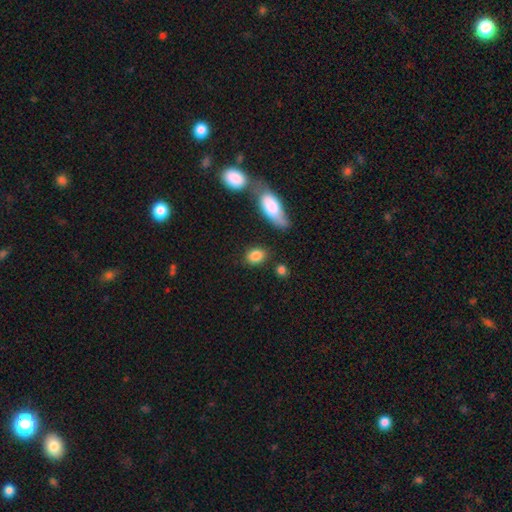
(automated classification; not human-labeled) This is clearly a smooth galaxy (86%). How rounded: likely in between (75%). Merging: likely none (75%).